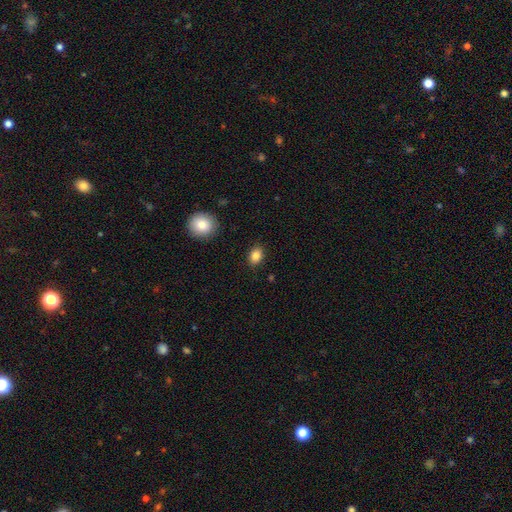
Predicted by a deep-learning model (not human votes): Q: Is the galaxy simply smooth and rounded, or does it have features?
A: smooth — 85%.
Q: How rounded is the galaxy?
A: in between — 70%.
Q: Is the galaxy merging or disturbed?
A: none — 88%.